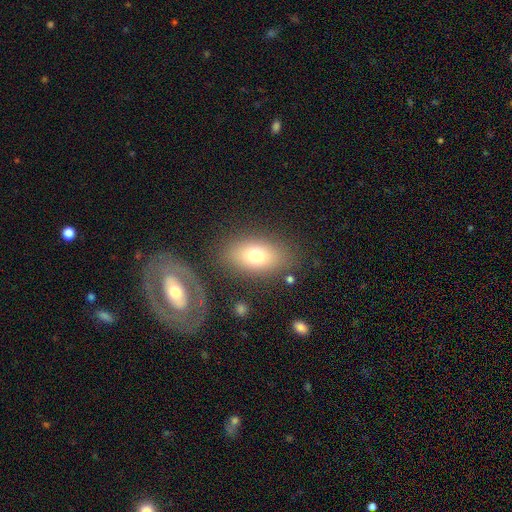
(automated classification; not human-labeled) A smooth galaxy with no disk features (72%) that is in between round and cigar-shaped (86%). Merging: none (77%).